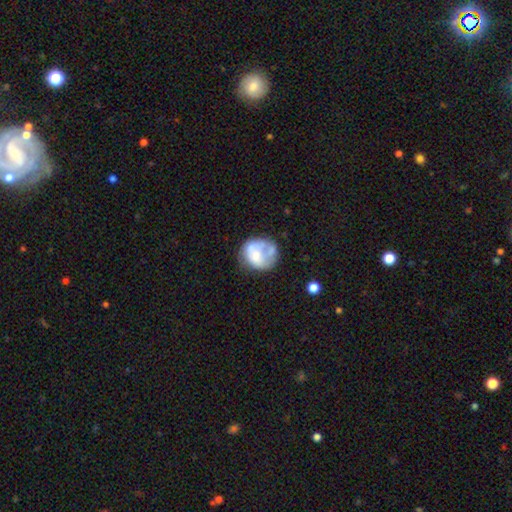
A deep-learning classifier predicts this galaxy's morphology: Q: Smooth or featured?
A: smooth (49%); runner-up: featured or disk (43%)
Q: Merging?
A: none (42%); runner-up: minor disturbance (24%)